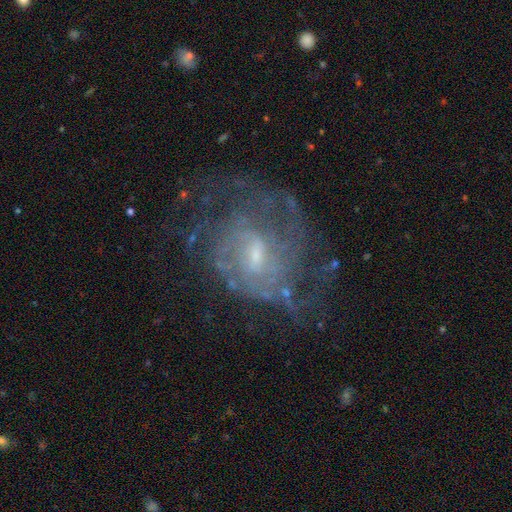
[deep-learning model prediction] Smooth or featured? featured or disk (78%)
Edge-on disk? no (97%)
Bar? weak (53%)
Spiral arms? yes (79%)
Spiral winding? tight (47%)
Spiral arm count? can't tell (50%)
Bulge size? small (58%)
Merging? none (56%)